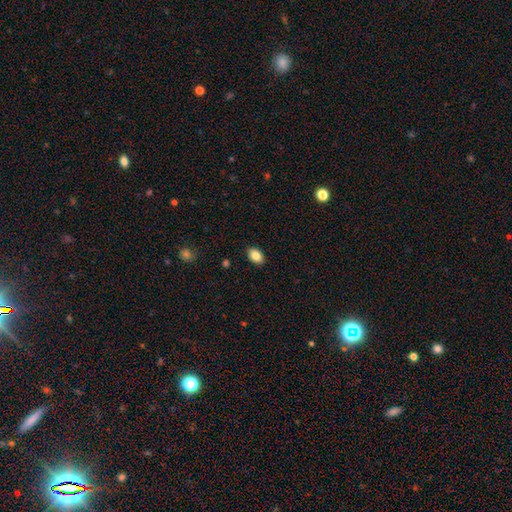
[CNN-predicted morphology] Smooth or featured? Predicted: smooth (p=0.85). How rounded? Predicted: in between (p=0.88). Merging? Predicted: none (p=0.89).